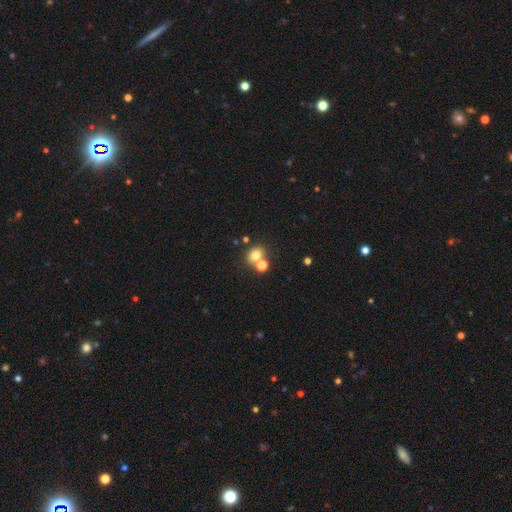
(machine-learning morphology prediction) Smooth or featured? Predicted: smooth (p=0.76). How rounded? Predicted: round (p=0.59). Merging? Predicted: none (p=0.54).